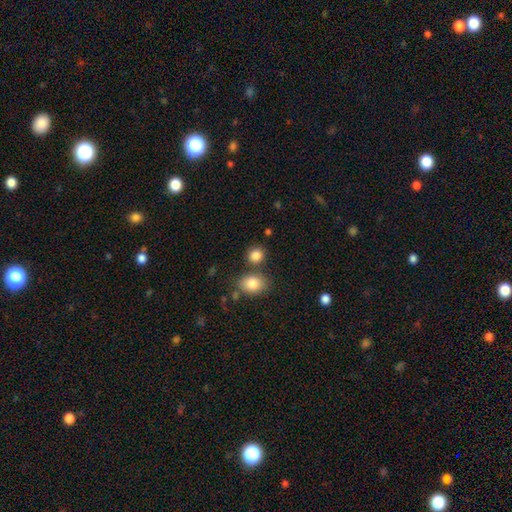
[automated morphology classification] smooth 85%, star or artifact 10%, featured or disk 5%. Down the decision tree: how rounded — round (71%); merging — none (71%).